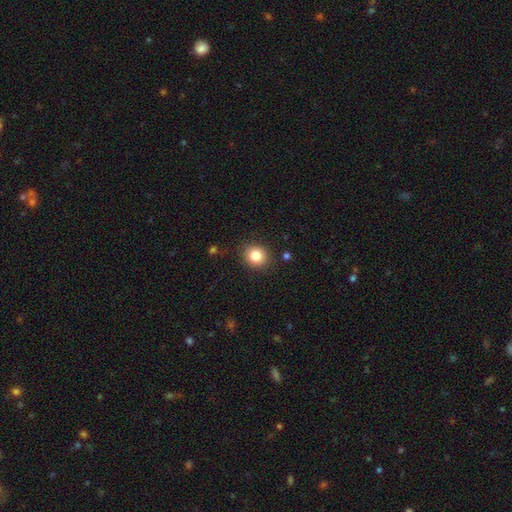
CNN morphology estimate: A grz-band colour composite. It shows a smooth galaxy with no disk features (83%) that is round (78%). Merging: none (87%).